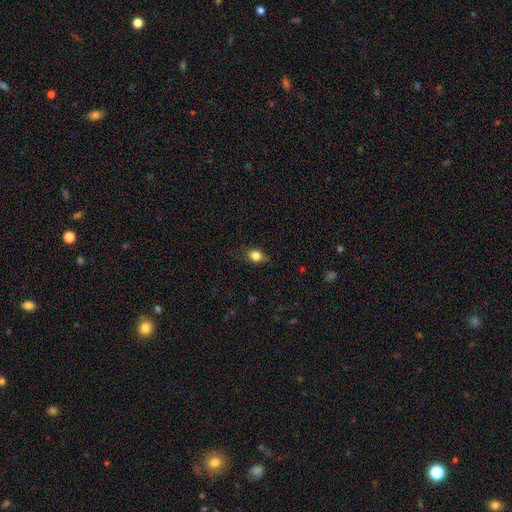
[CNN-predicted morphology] type=smooth (82%); roundness=in between (52%); merging=none (74%).